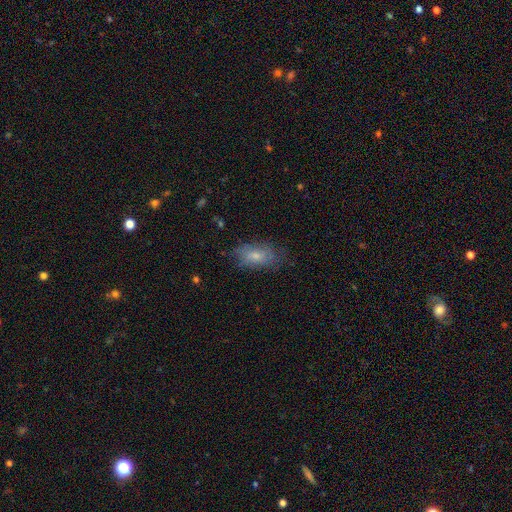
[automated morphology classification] Smooth or featured? smooth (65%)
How rounded? in between (89%)
Merging? none (67%)